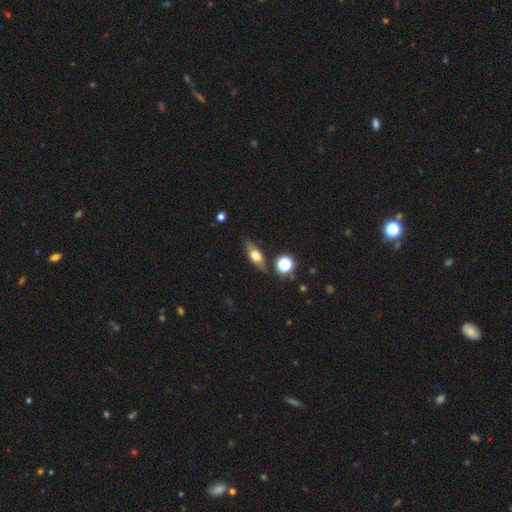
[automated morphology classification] type=smooth (53%); roundness=in between (62%); merging=none (78%).